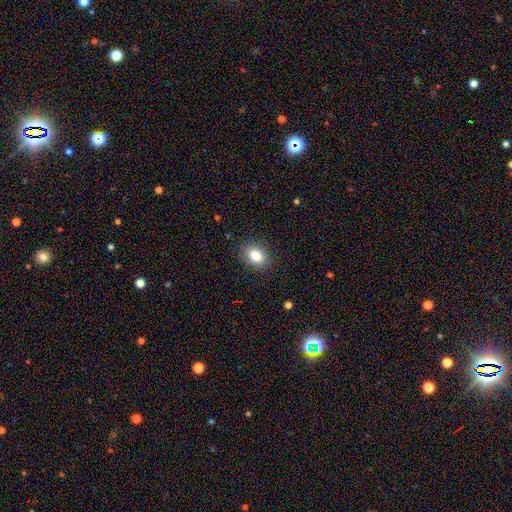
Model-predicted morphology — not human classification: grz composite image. It shows a smooth galaxy with no disk features (84%) that is in between round and cigar-shaped (73%). Merging: none (87%).